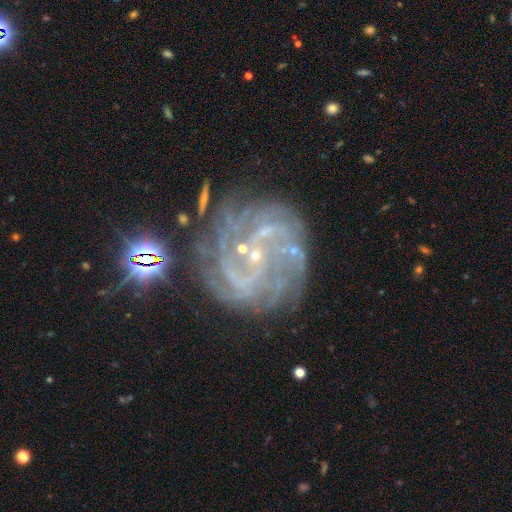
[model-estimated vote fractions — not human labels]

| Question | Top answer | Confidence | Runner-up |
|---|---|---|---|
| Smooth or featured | featured or disk | 85% | star or artifact (10%) |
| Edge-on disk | no | 98% | yes (2%) |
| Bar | no | 42% | weak (39%) |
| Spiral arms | yes | 96% | no (4%) |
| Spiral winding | tight | 58% | medium (33%) |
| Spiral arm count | can't tell | 26% | 4 (19%) |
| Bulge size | small | 81% | none (10%) |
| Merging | none | 63% | minor disturbance (17%) |